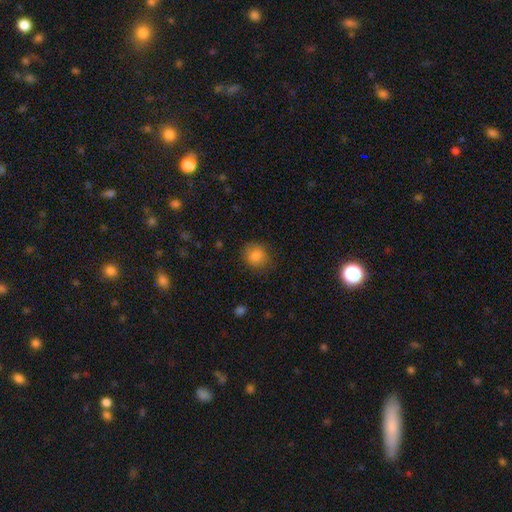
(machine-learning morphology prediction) This appears to be a smooth galaxy with no disk features (84%) that is round (74%). Merging: none (79%).